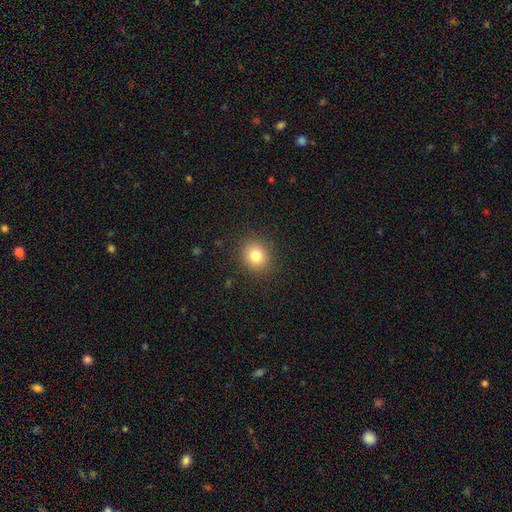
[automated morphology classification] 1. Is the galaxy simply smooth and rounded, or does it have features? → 80% smooth, 12% star or artifact, 8% featured or disk.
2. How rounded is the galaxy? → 80% round, 19% in between, 1% cigar-shaped.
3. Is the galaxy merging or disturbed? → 89% none, 7% minor disturbance, 3% major disturbance, 1% merger.